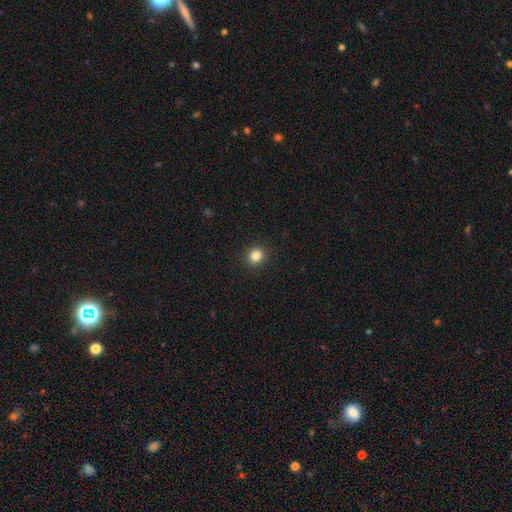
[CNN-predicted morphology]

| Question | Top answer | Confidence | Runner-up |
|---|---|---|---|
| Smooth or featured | smooth | 84% | star or artifact (12%) |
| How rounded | round | 90% | in between (9%) |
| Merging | none | 92% | minor disturbance (5%) |